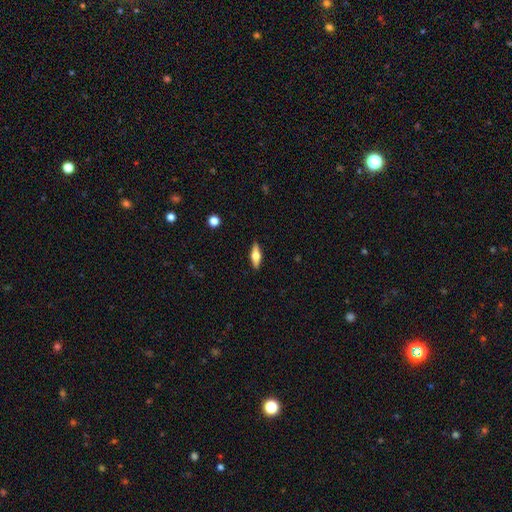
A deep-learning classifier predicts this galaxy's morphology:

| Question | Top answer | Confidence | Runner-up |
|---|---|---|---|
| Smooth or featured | featured or disk | 47% | smooth (46%) |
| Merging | none | 89% | minor disturbance (8%) |